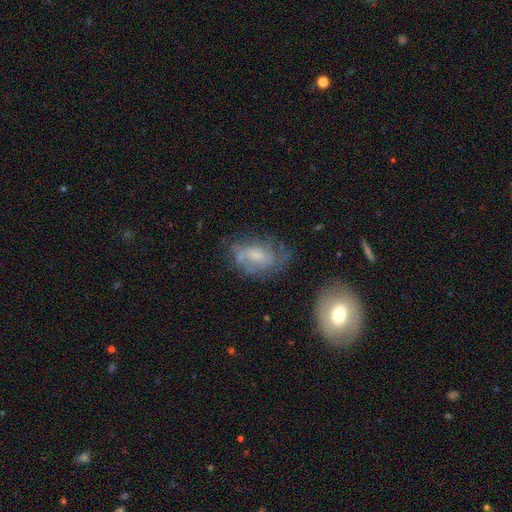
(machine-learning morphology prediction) A featured or disk galaxy (57%) with no bar (64%), spiral arms (66%) and a small central bulge (47%). Merging: none (53%).